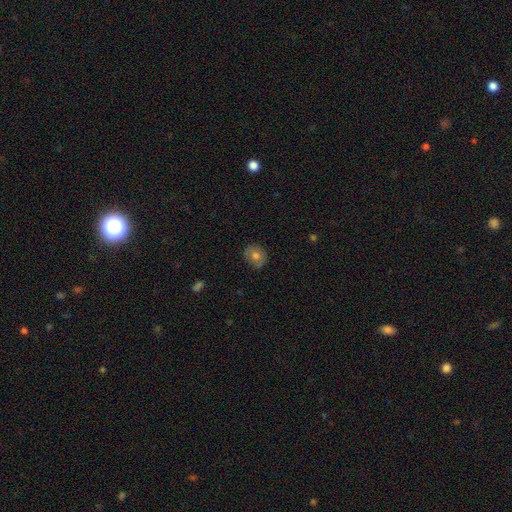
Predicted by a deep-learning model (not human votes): A smooth galaxy with no disk features (69%) that is round (72%). Merging: none (80%).